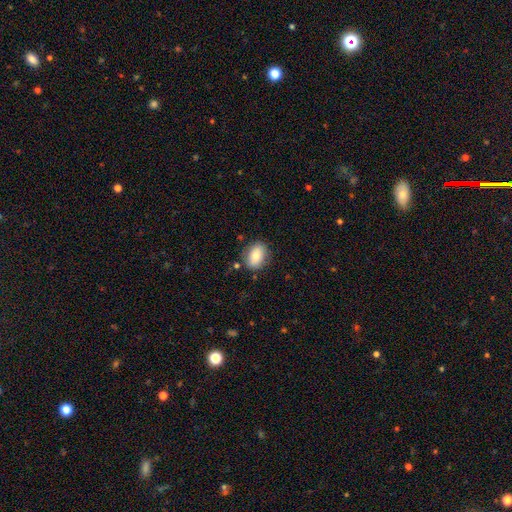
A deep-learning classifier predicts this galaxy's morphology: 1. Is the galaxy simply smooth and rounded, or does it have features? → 77% smooth, 15% featured or disk, 8% star or artifact.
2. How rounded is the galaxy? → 78% in between, 20% round, 2% cigar-shaped.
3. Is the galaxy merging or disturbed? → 81% none, 13% minor disturbance, 4% major disturbance, 3% merger.